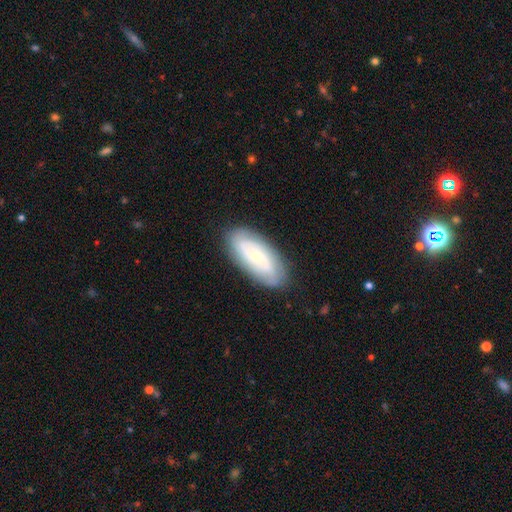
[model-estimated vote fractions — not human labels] A featured or disk galaxy (50%).

Vote fractions:
- Smooth or featured? featured or disk: 50% / smooth: 43% / star or artifact: 7%
- Edge-on disk? no: 89% / yes: 11%
- Merging? none: 82% / minor disturbance: 13% / major disturbance: 3% / merger: 1%